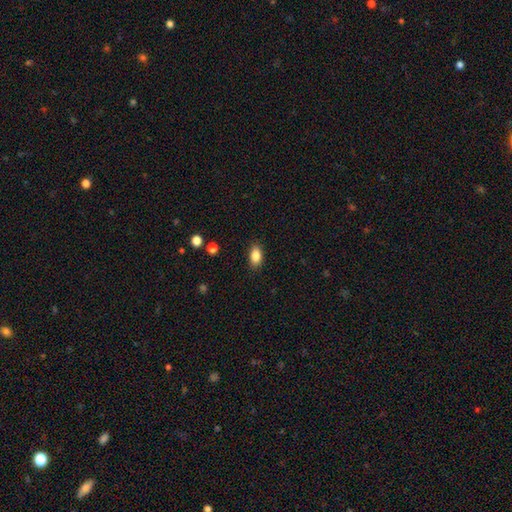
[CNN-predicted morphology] The model was most divided on "smooth or featured": smooth: 86%, star or artifact: 8%, featured or disk: 6%. More confident: how rounded — in between (89%); merging — none (87%).